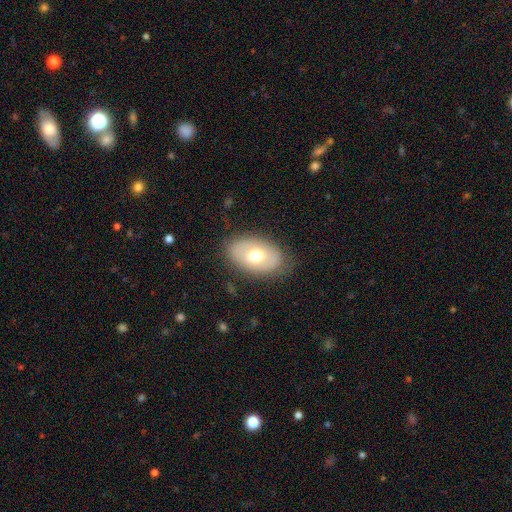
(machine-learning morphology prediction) smooth_or_featured: smooth (p=0.61) [alt: featured or disk p=0.31]
how_rounded: in between (p=0.88) [alt: round p=0.11]
merging: none (p=0.78) [alt: minor disturbance p=0.15]